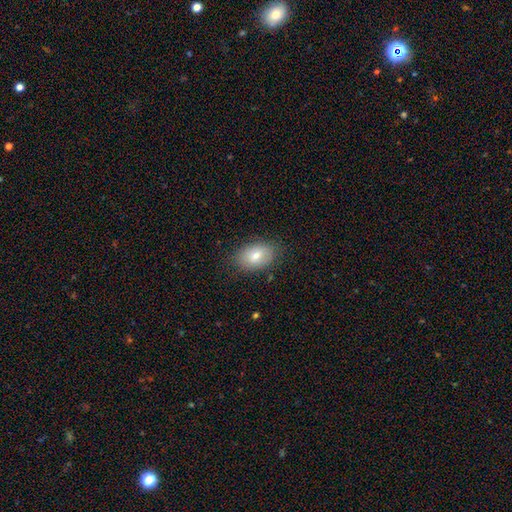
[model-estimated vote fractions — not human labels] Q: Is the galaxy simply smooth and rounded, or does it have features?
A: smooth — 73%.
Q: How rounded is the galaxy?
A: in between — 85%.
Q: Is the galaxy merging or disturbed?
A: none — 82%.